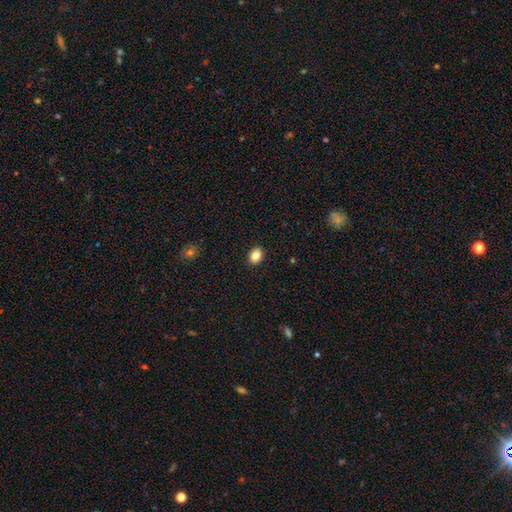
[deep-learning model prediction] smooth 84%, star or artifact 10%, featured or disk 6%. Down the decision tree: how rounded — in between (54%); merging — none (91%).